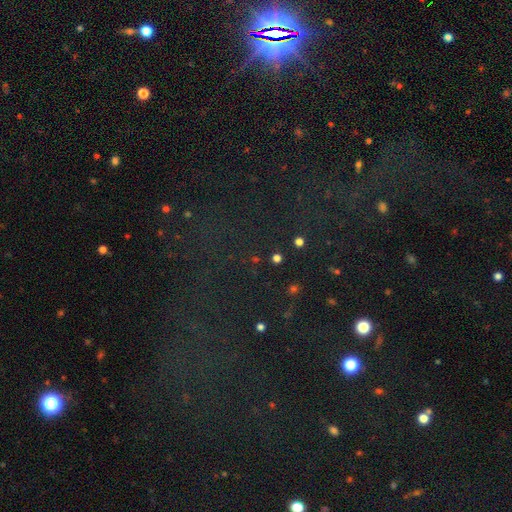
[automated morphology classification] Overall: star or artifact (71%).